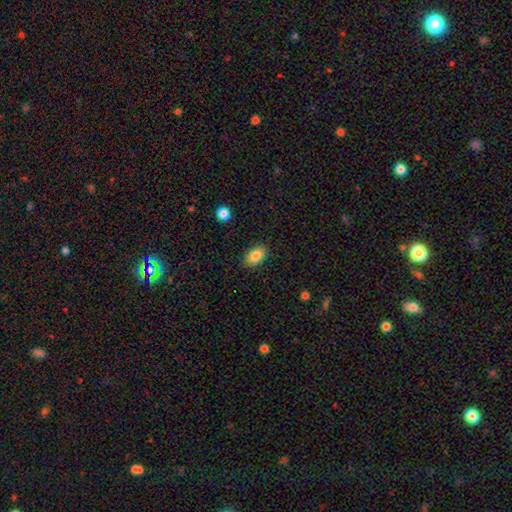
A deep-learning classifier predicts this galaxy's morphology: A smooth galaxy with no disk features (84%) that is in between round and cigar-shaped (87%).

Vote fractions:
- Smooth or featured? smooth: 84% / star or artifact: 8% / featured or disk: 8%
- How rounded? in between: 87% / round: 12% / cigar-shaped: 1%
- Merging? none: 88% / minor disturbance: 9% / major disturbance: 2% / merger: 1%